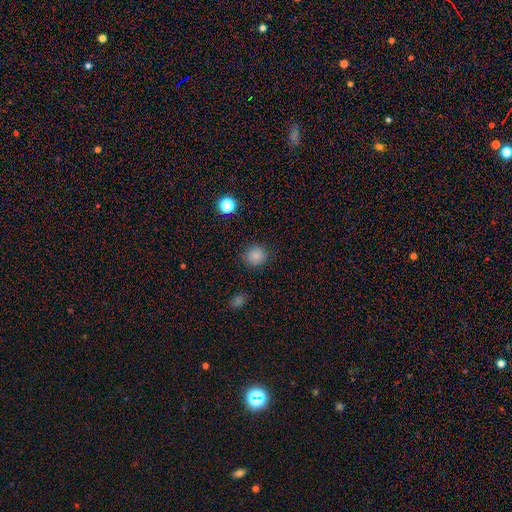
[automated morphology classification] Smooth or featured?
  - smooth: 84% *
  - star or artifact: 12%
  - featured or disk: 5%
How rounded?
  - round: 90% *
  - in between: 9%
  - cigar-shaped: 1%
Merging?
  - none: 87% *
  - minor disturbance: 9%
  - major disturbance: 3%
  - merger: 1%